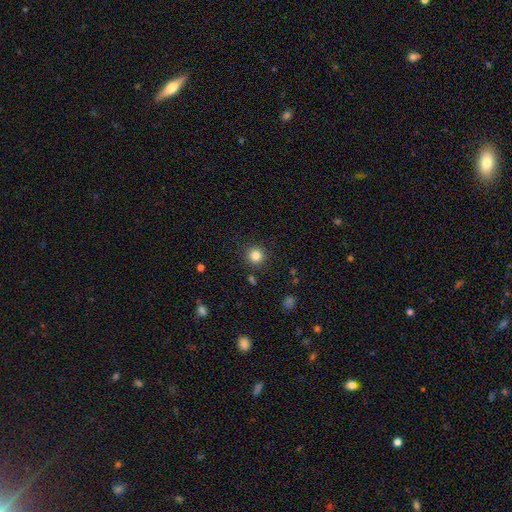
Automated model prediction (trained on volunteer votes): Smooth or featured?
  - smooth: 83% *
  - star or artifact: 12%
  - featured or disk: 5%
How rounded?
  - round: 94% *
  - in between: 5%
  - cigar-shaped: 1%
Merging?
  - none: 89% *
  - minor disturbance: 6%
  - major disturbance: 2%
  - merger: 2%